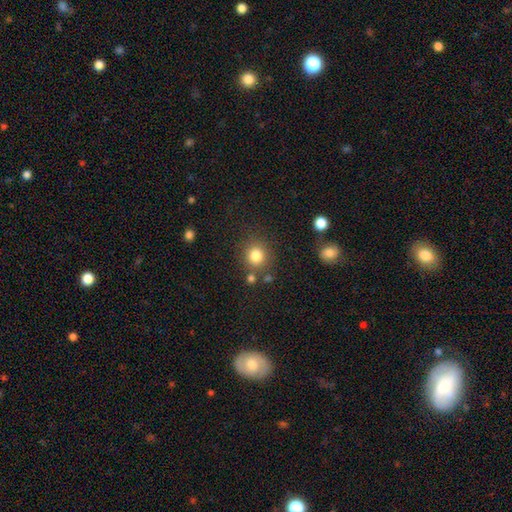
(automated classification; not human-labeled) Smooth or featured? Predicted: smooth (p=0.82). How rounded? Predicted: round (p=0.90). Merging? Predicted: none (p=0.79).